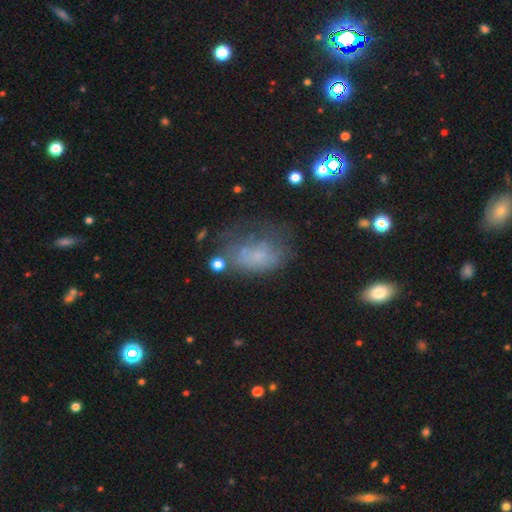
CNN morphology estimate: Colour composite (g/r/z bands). It shows a smooth galaxy with no disk features (51%) that is in between round and cigar-shaped (82%). Merging: none (34%).